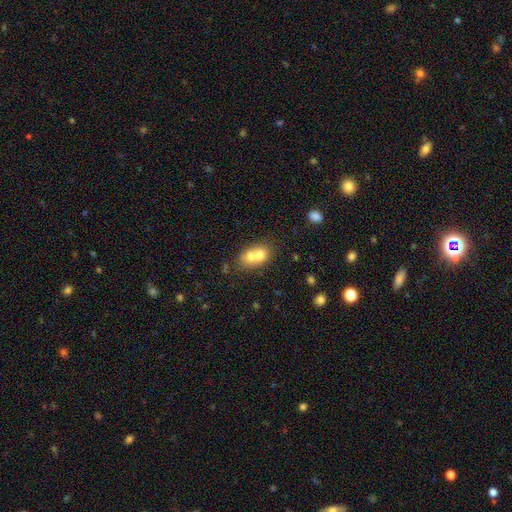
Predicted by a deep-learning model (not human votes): Smooth or featured? Predicted: smooth (p=0.67). How rounded? Predicted: in between (p=0.56). Merging? Predicted: merger (p=0.67).